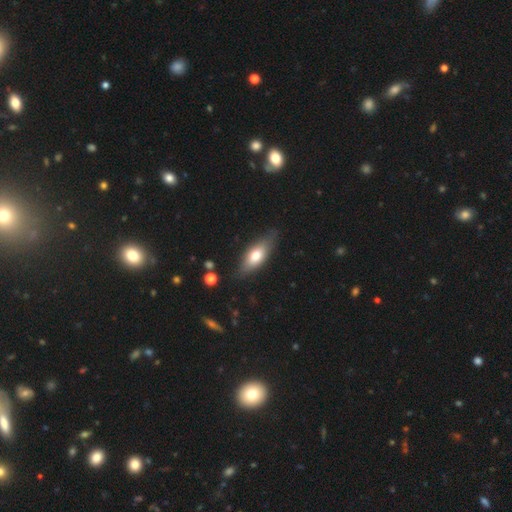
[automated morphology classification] Smooth or featured?
  - smooth: 66% *
  - featured or disk: 28%
  - star or artifact: 6%
How rounded?
  - in between: 73% *
  - cigar-shaped: 24%
  - round: 3%
Merging?
  - none: 77% *
  - minor disturbance: 17%
  - major disturbance: 4%
  - merger: 2%